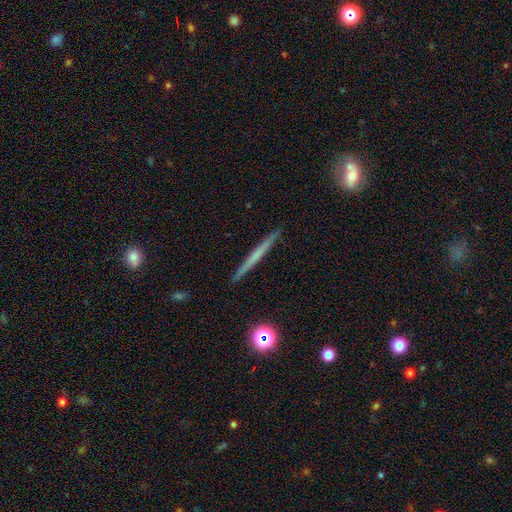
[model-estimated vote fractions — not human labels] The model was most divided on "smooth or featured": featured or disk: 50%, smooth: 43%, star or artifact: 7%. More confident: merging — none (92%).